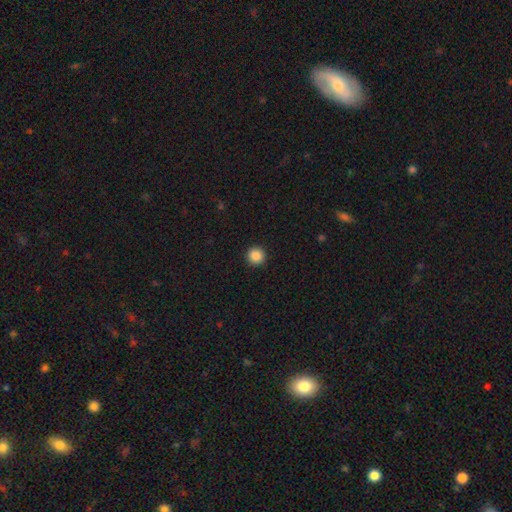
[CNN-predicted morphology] smooth-or-featured: smooth: 87% | star or artifact: 10% | featured or disk: 3%
  how-rounded: round: 96% | in between: 3% | cigar-shaped: 1%
  merging: none: 93% | minor disturbance: 4% | major disturbance: 2% | merger: 1%